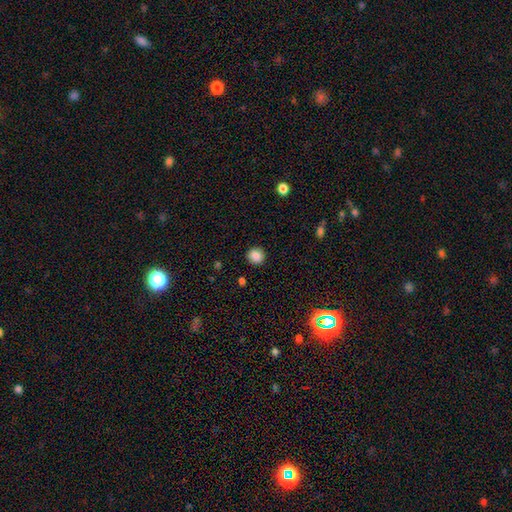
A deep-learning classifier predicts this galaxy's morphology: This appears to be a smooth galaxy with no disk features (85%) that is round (92%). Merging: none (92%).